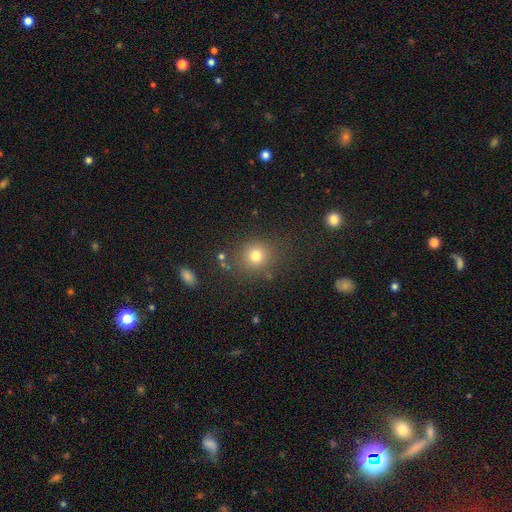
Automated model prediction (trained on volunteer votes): A smooth galaxy with no disk features (76%) that is round (84%).

Vote fractions:
- Smooth or featured? smooth: 76% / star or artifact: 15% / featured or disk: 8%
- How rounded? round: 84% / in between: 15% / cigar-shaped: 1%
- Merging? none: 80% / minor disturbance: 11% / major disturbance: 5% / merger: 4%